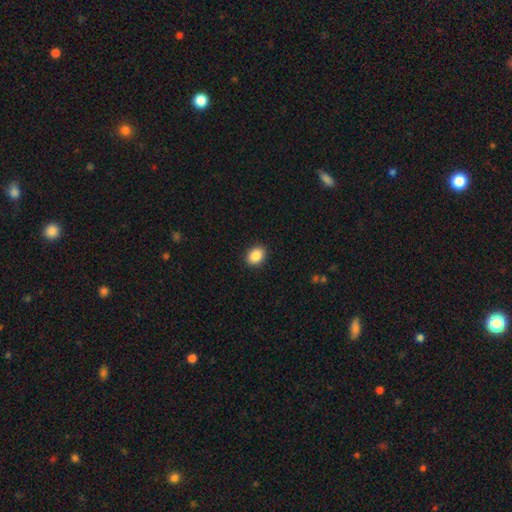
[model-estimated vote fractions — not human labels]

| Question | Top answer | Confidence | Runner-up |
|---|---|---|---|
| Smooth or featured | smooth | 87% | star or artifact (9%) |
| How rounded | in between | 61% | round (38%) |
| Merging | none | 91% | minor disturbance (7%) |